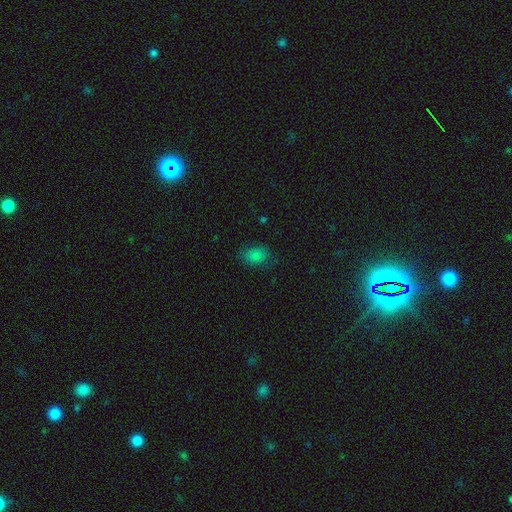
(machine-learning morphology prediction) Smooth or featured? Predicted: smooth (p=0.82). How rounded? Predicted: in between (p=0.81). Merging? Predicted: none (p=0.74).